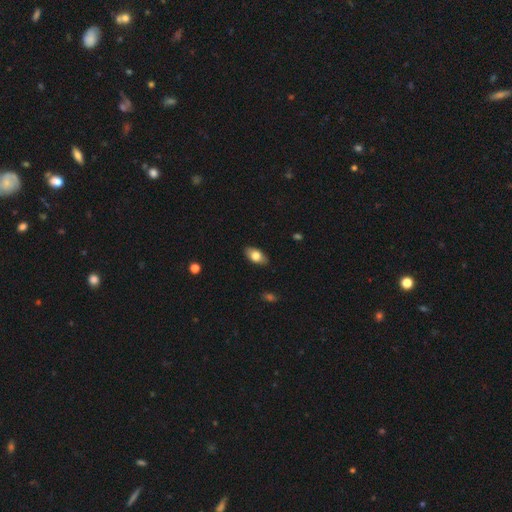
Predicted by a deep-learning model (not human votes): smooth 77%, featured or disk 16%, star or artifact 7%. Down the decision tree: how rounded — in between (92%); merging — none (87%).